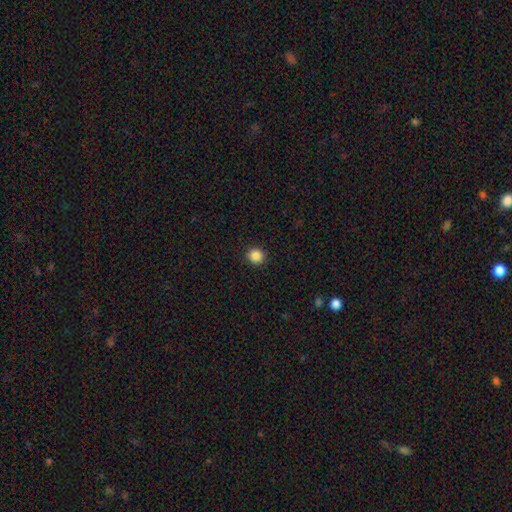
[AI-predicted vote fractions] This appears to be a smooth galaxy with no disk features (87%) that is round (87%). Merging: none (92%).